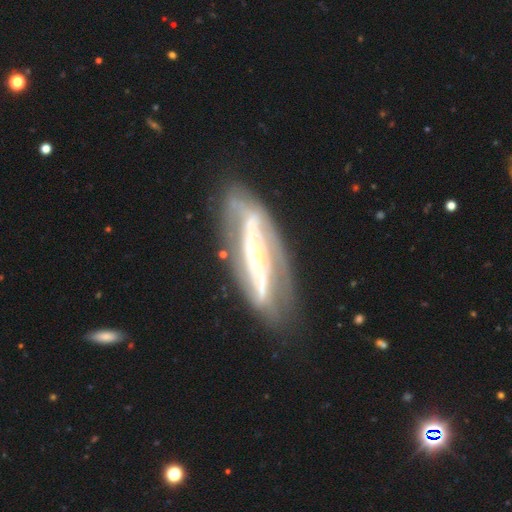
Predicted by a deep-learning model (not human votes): Morphology: type=featured or disk (82%); edge-on=no (79%); bar=strong (40%); spiral arms=yes (80%); winding=tight (39%); arm count=2 (67%); bulge=small (55%); merging=none (69%).